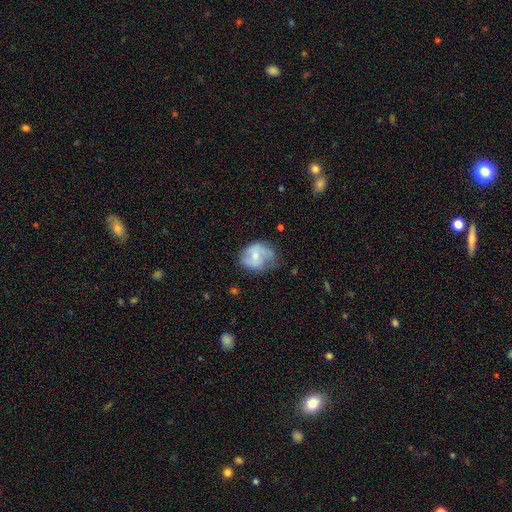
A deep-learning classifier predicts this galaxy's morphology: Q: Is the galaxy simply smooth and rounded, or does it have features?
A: featured or disk — 47%.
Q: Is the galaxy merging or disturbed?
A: none — 52%.